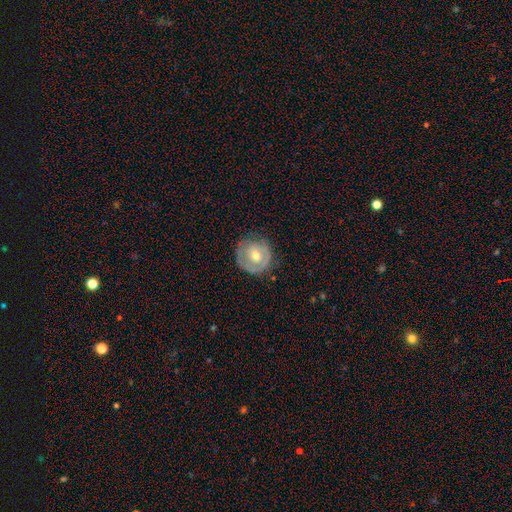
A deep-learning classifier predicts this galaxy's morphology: Smooth or featured? featured or disk (48%)
Merging? none (70%)